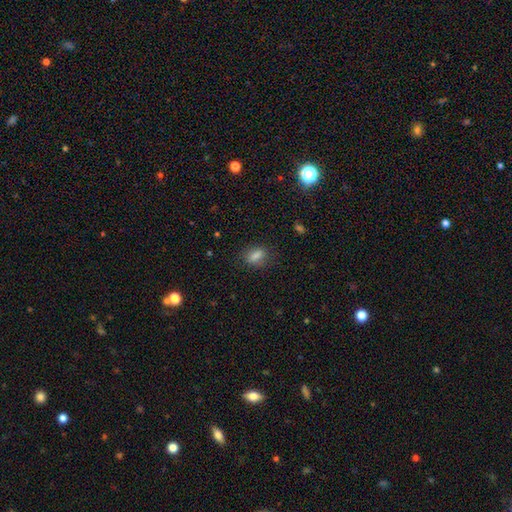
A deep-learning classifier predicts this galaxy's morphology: A smooth galaxy with no disk features (78%) that is in between round and cigar-shaped (75%).

Vote fractions:
- Smooth or featured? smooth: 78% / star or artifact: 13% / featured or disk: 9%
- How rounded? in between: 75% / round: 15% / cigar-shaped: 10%
- Merging? none: 80% / minor disturbance: 14% / major disturbance: 5% / merger: 2%